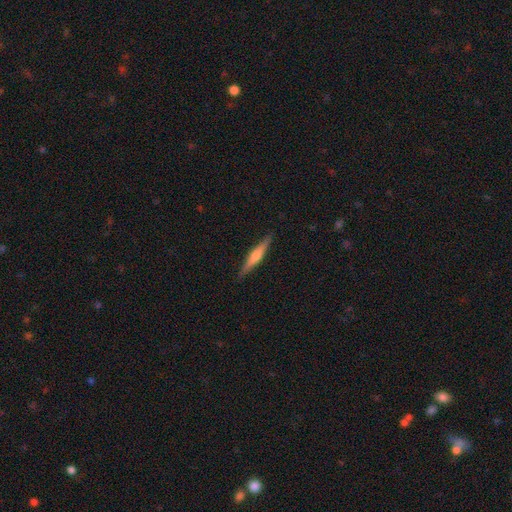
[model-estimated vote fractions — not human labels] smooth_or_featured: featured or disk (p=0.63) [alt: smooth p=0.31]
disk_edge_on: yes (p=0.98) [alt: no p=0.02]
edge_on_bulge: rounded (p=0.75) [alt: boxy p=0.14]
merging: none (p=0.90) [alt: minor disturbance p=0.08]